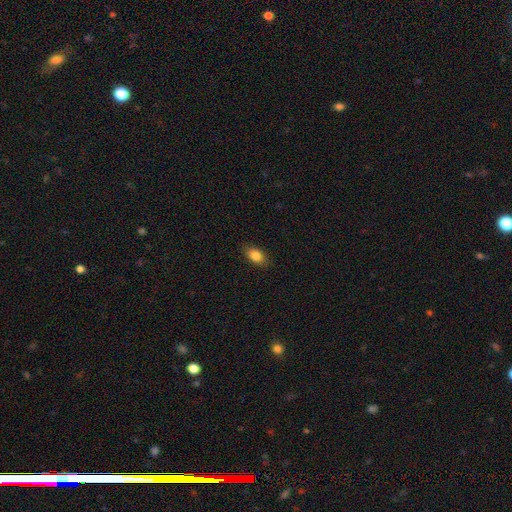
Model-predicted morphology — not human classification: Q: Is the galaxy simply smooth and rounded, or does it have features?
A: smooth — 84%.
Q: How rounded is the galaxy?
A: in between — 87%.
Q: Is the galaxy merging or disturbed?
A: none — 86%.